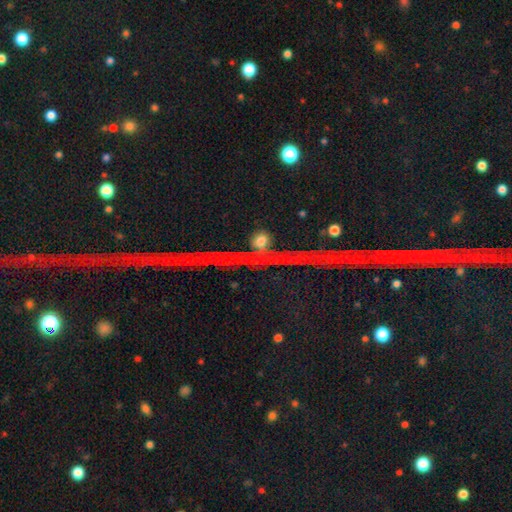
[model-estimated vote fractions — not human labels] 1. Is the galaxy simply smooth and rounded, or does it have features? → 84% star or artifact, 9% featured or disk, 7% smooth.